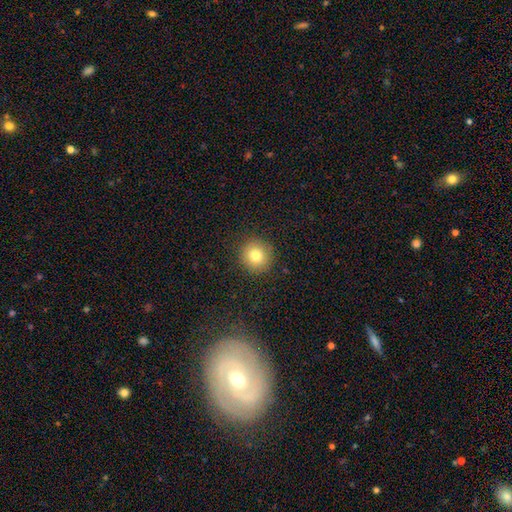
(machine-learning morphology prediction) Smooth or featured: smooth — 79% (star or artifact — 11%)
How rounded: round — 92% (in between — 7%)
Merging: none — 90% (minor disturbance — 6%)